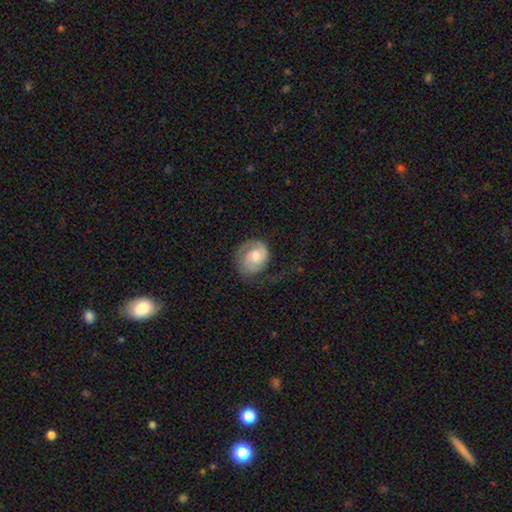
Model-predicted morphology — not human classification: featured or disk 61%, smooth 32%, star or artifact 6%. Down the decision tree: edge-on disk — no (97%); bar — no (69%); spiral arms — yes (86%); spiral arm count — 1 (43%); spiral winding — tight (44%); bulge size — moderate (59%); merging — none (46%).